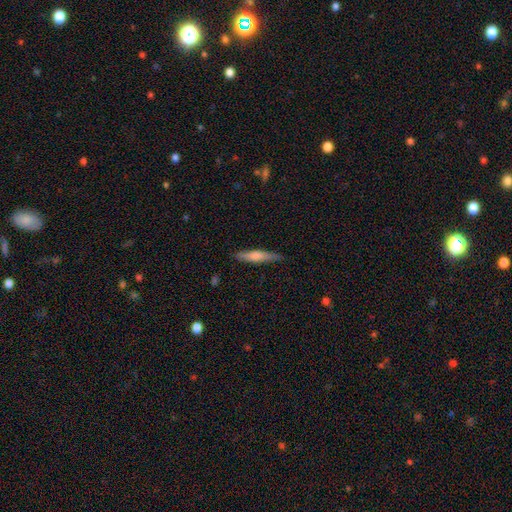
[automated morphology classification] A featured or disk galaxy (50%). Merging: none (88%).